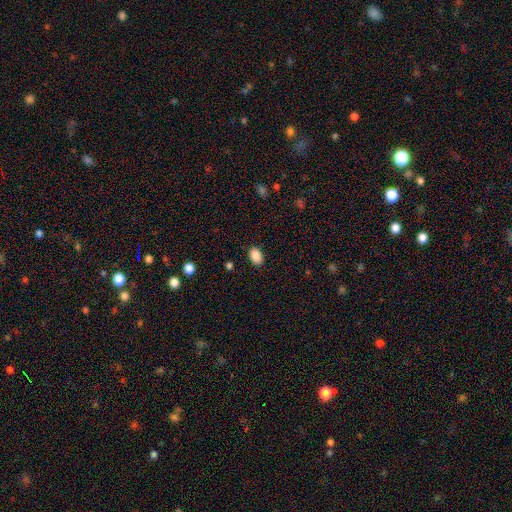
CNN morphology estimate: Smooth or featured?
  - smooth: 89% *
  - star or artifact: 8%
  - featured or disk: 3%
How rounded?
  - in between: 85% *
  - round: 14%
  - cigar-shaped: 1%
Merging?
  - none: 88% *
  - minor disturbance: 9%
  - major disturbance: 2%
  - merger: 1%